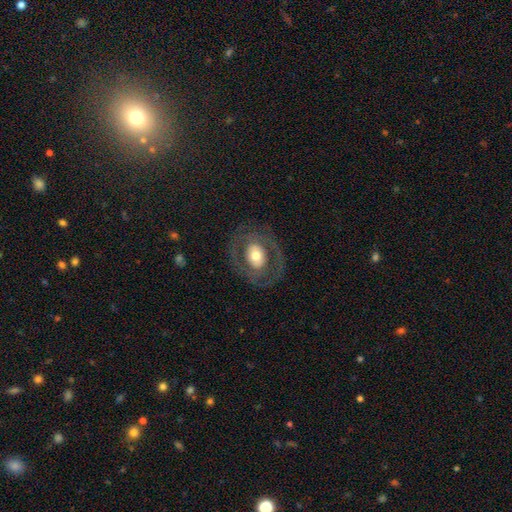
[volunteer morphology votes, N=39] This is likely a featured or disk galaxy (64%). It is clearly not viewed edge-on (92%). Bar: likely no (74%). Spiral arm pattern: possibly yes (52%). Spiral arm count: clearly 2 (83%). Spiral winding: possibly tight (50%). Central bulge: likely moderate (70%). Merging: possibly none (58%).